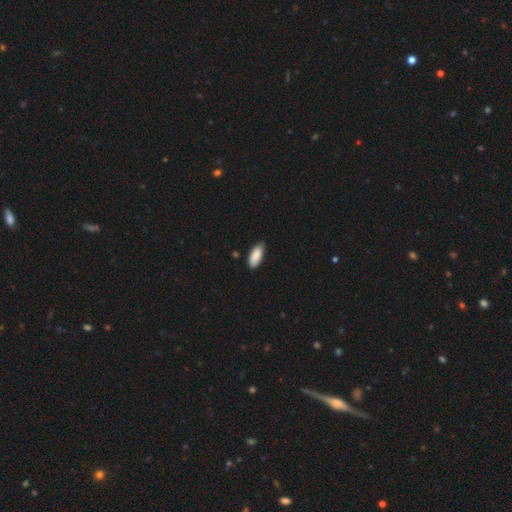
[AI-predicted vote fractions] smooth-or-featured: smooth: 89% | star or artifact: 6% | featured or disk: 5%
  how-rounded: in between: 85% | cigar-shaped: 13% | round: 2%
  merging: none: 80% | minor disturbance: 17% | major disturbance: 2% | merger: 1%